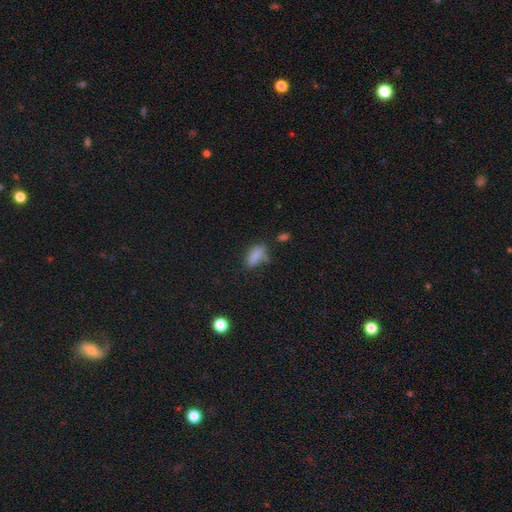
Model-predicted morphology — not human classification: smooth_or_featured: smooth (p=0.81) [alt: star or artifact p=0.11]
how_rounded: in between (p=0.82) [alt: cigar-shaped p=0.14]
merging: none (p=0.49) [alt: minor disturbance p=0.29]